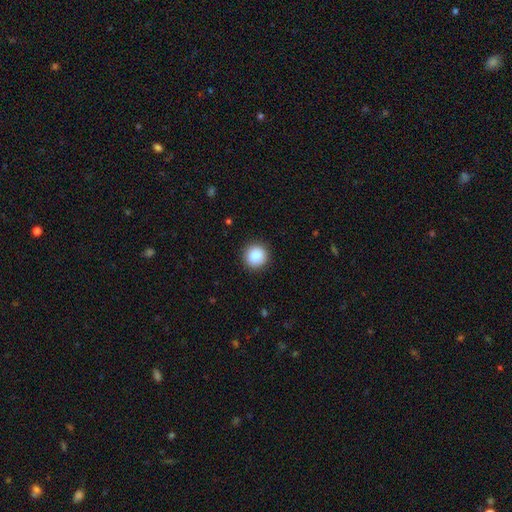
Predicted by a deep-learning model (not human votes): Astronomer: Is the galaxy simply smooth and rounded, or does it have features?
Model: smooth — 88%.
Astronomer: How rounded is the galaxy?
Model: round — 94%.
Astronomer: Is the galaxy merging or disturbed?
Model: none — 91%.